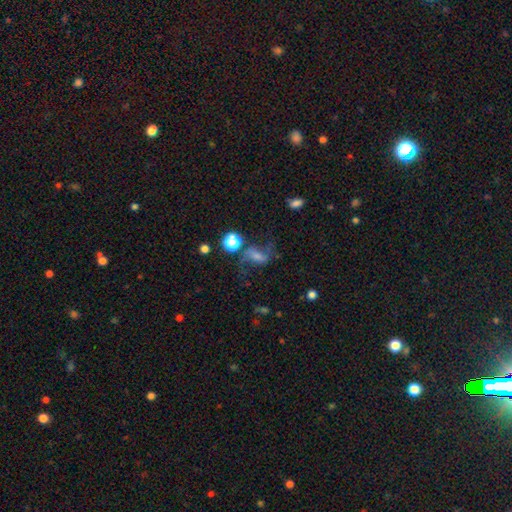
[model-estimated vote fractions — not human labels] A featured or disk galaxy (56%) with a weak bar (42%), spiral arms (87%) and a small central bulge (35%).

Vote fractions:
- Smooth or featured? featured or disk: 56% / smooth: 25% / star or artifact: 18%
- Edge-on disk? no: 95% / yes: 5%
- Bar? weak: 42% / no: 29% / strong: 28%
- Spiral arms? yes: 87% / no: 13%
- Bulge size? small: 35% / moderate: 29% / none: 22% / large: 10% / dominant: 3%
- Merging? none: 58% / major disturbance: 19% / minor disturbance: 17% / merger: 6%